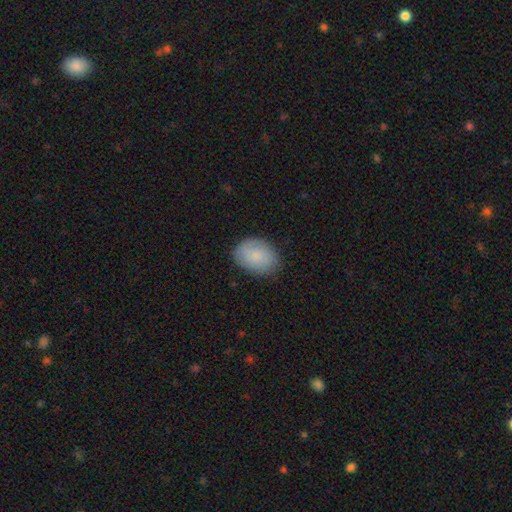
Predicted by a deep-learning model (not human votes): A smooth galaxy with no disk features (82%) that is in between round and cigar-shaped (75%). Merging: none (80%).